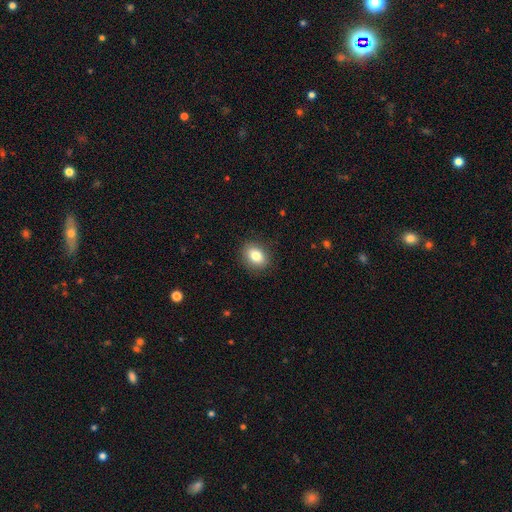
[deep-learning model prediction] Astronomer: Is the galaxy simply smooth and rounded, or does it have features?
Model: smooth — 82%.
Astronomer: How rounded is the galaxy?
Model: in between — 62% (runner-up: round, 37%).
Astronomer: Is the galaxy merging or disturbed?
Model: none — 88%.